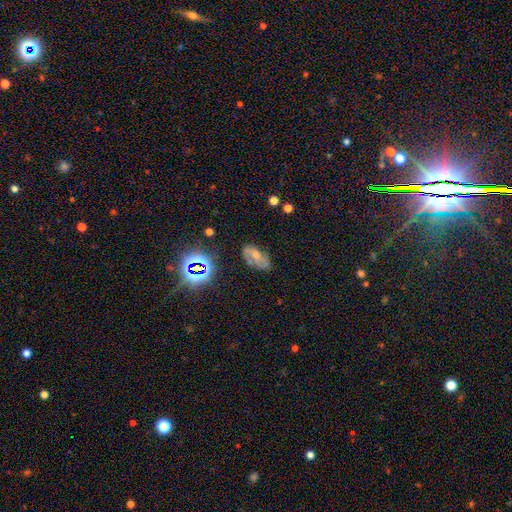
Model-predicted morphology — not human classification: type=featured or disk (48%); merging=none (60%).